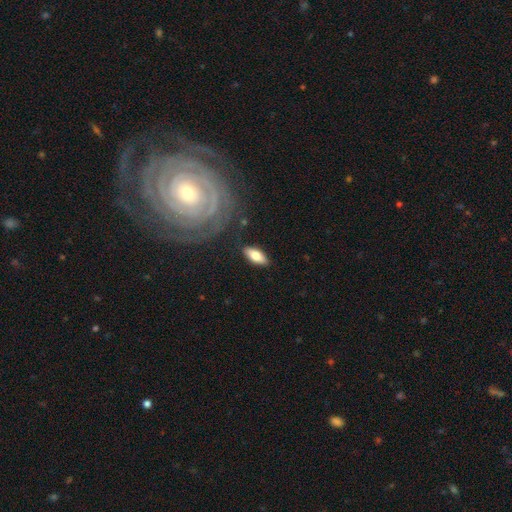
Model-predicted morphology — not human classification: The model was most divided on "smooth or featured": smooth: 70%, featured or disk: 24%, star or artifact: 6%. More confident: merging — none (84%); how rounded — in between (78%).